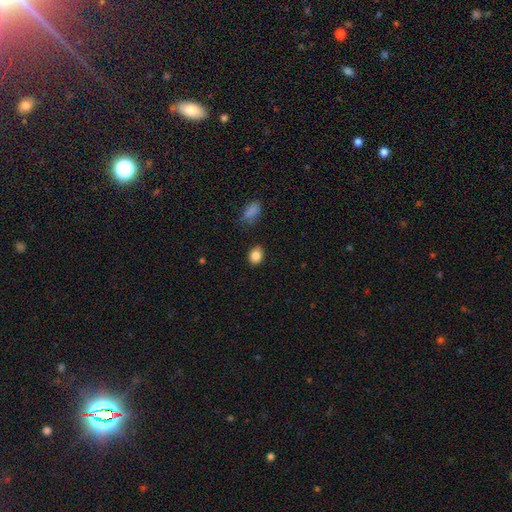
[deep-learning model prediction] Smooth or featured: smooth — 85% (star or artifact — 9%)
How rounded: in between — 52% (round — 46%)
Merging: none — 86% (minor disturbance — 10%)